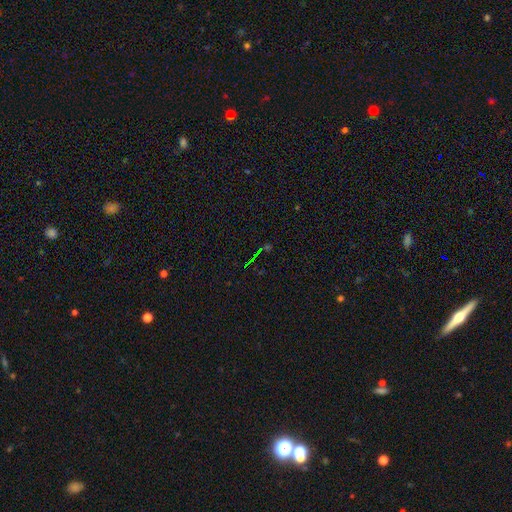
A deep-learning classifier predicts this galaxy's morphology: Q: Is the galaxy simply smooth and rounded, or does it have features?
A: star or artifact — 73%.